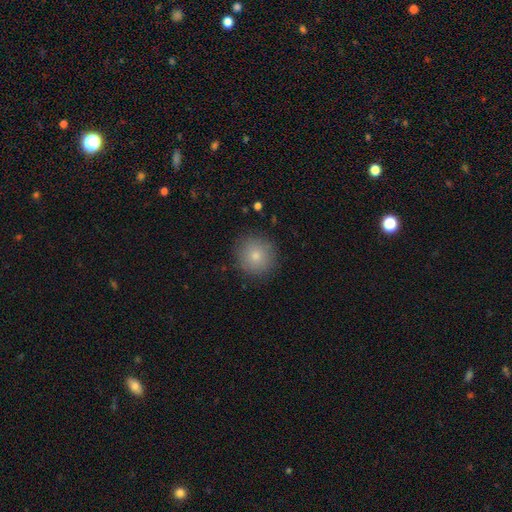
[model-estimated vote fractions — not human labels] Smooth or featured? smooth (80%)
How rounded? round (92%)
Merging? none (87%)